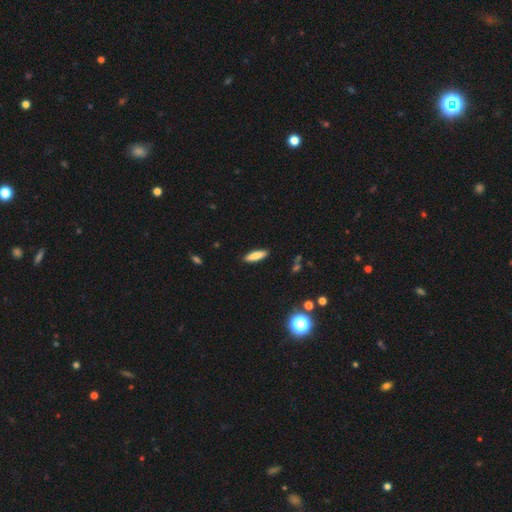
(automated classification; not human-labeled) The model was most divided on "how rounded": cigar-shaped: 60%, in between: 38%, round: 2%. More confident: merging — none (89%); smooth or featured — smooth (82%).